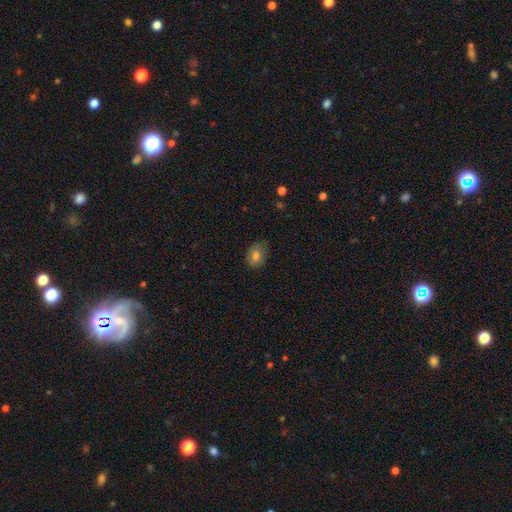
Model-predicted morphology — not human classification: The model was most divided on "how rounded": in between: 63%, round: 36%, cigar-shaped: 1%. More confident: smooth or featured — smooth (78%); merging — none (78%).